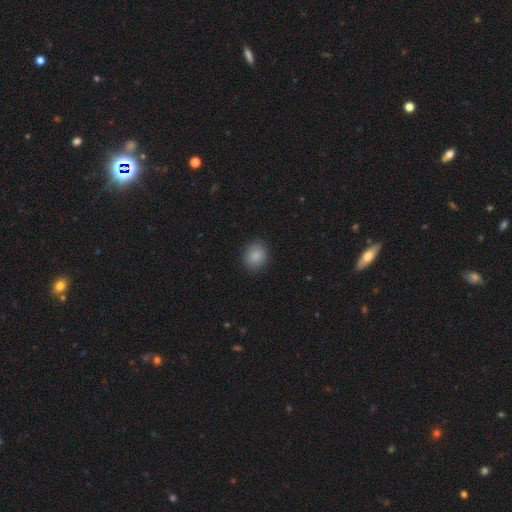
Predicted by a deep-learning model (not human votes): Smooth or featured?
  - smooth: 87% *
  - star or artifact: 9%
  - featured or disk: 4%
How rounded?
  - round: 63% *
  - in between: 36%
  - cigar-shaped: 1%
Merging?
  - none: 89% *
  - minor disturbance: 8%
  - major disturbance: 2%
  - merger: 1%